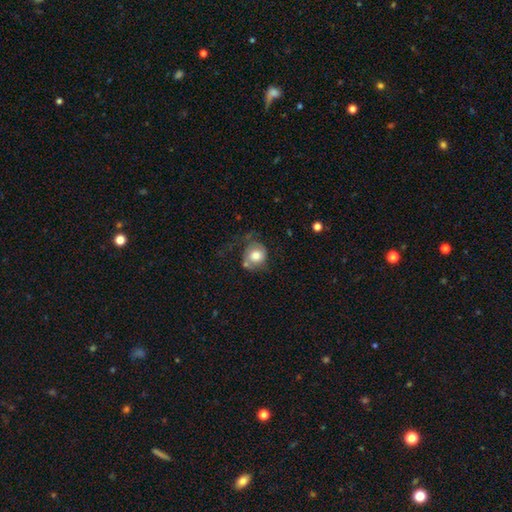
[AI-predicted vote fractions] Smooth or featured: smooth — 71% (featured or disk — 21%)
How rounded: round — 77% (in between — 22%)
Merging: none — 47% (minor disturbance — 26%)